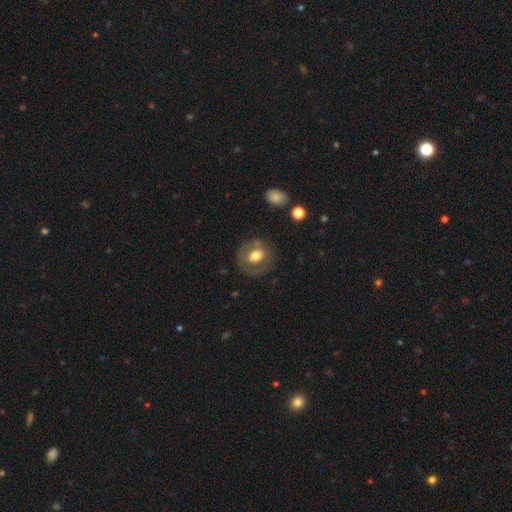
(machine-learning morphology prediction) Smooth or featured?
  - smooth: 55% *
  - featured or disk: 38%
  - star or artifact: 8%
How rounded?
  - round: 78% *
  - in between: 21%
  - cigar-shaped: 1%
Merging?
  - none: 76% *
  - minor disturbance: 14%
  - major disturbance: 7%
  - merger: 3%